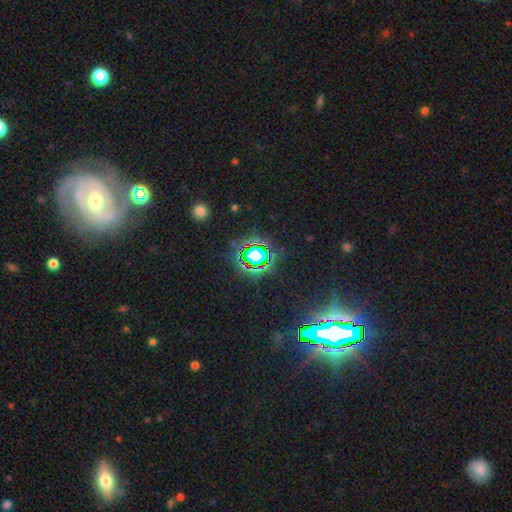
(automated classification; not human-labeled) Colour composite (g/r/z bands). It shows a star or artifact, not a galaxy (78%).